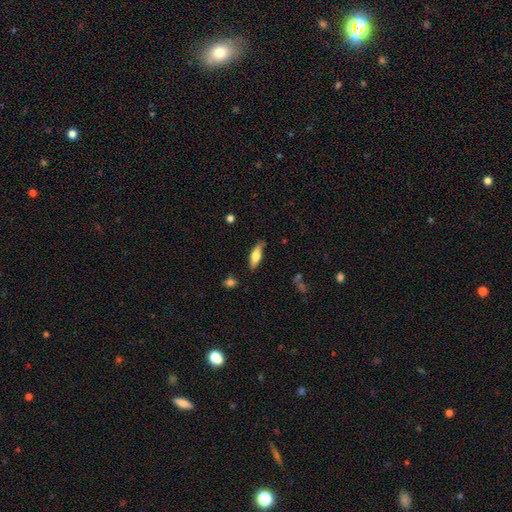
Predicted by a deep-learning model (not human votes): Smooth or featured? smooth (68%)
How rounded? in between (54%)
Merging? none (80%)